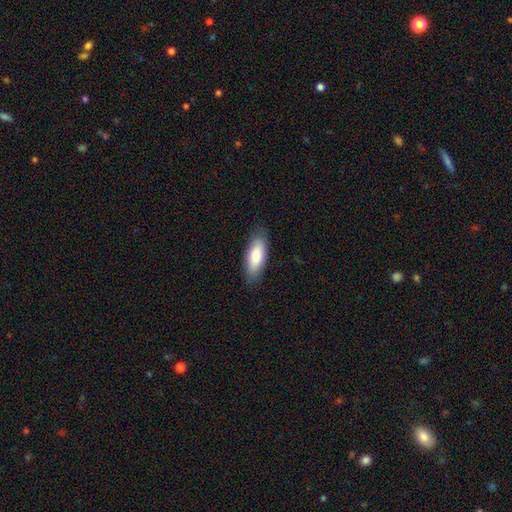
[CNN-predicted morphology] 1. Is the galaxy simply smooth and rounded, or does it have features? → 80% smooth, 15% featured or disk, 6% star or artifact.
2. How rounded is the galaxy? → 72% in between, 26% cigar-shaped, 2% round.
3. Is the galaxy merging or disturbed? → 85% none, 12% minor disturbance, 2% major disturbance, 1% merger.